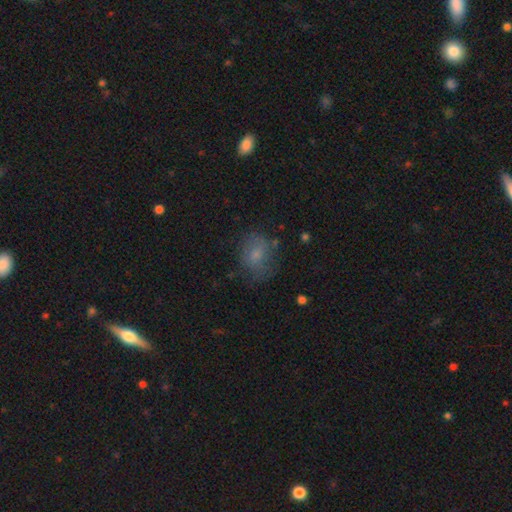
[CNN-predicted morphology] This appears to be a smooth galaxy with no disk features (68%) that is in between round and cigar-shaped (51%). Merging: none (56%).